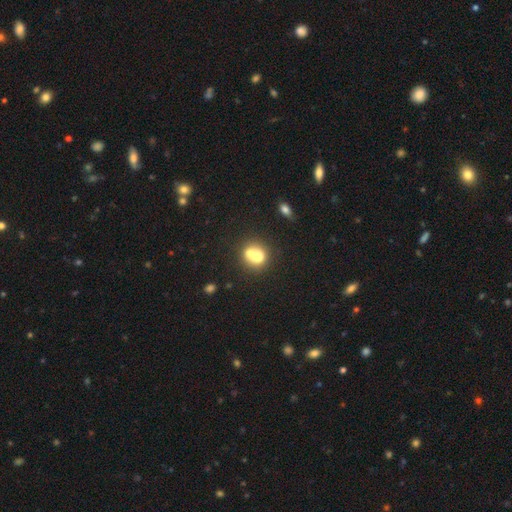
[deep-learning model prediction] smooth 66%, featured or disk 24%, star or artifact 10%. Down the decision tree: how rounded — round (79%); merging — merger (63%).